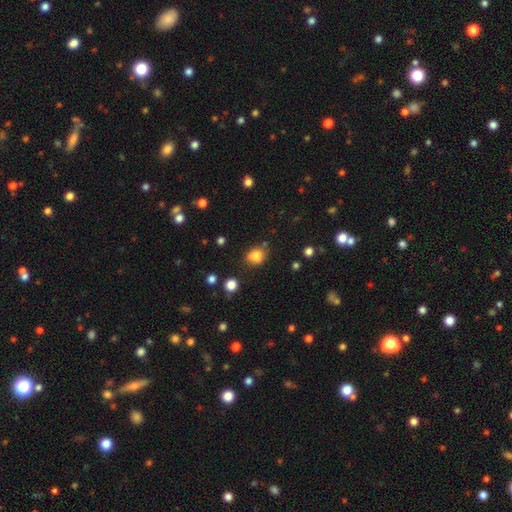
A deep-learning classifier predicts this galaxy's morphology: Overall: smooth (81%). How rounded: round (58%; in between 41%). Merging: none (69%).